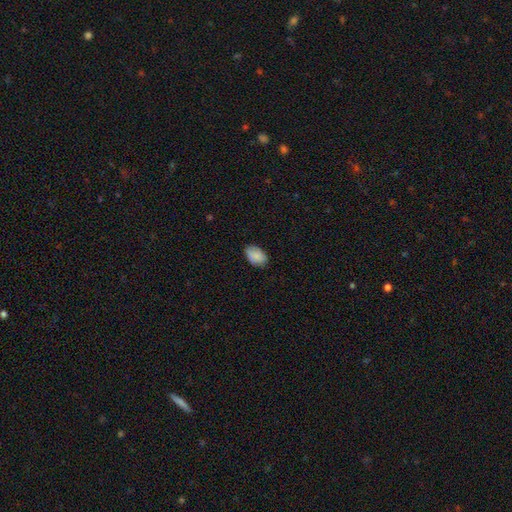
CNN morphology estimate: The model was most divided on "merging": none: 80%, minor disturbance: 16%, major disturbance: 3%, merger: 1%. More confident: how rounded — in between (90%); smooth or featured — smooth (84%).